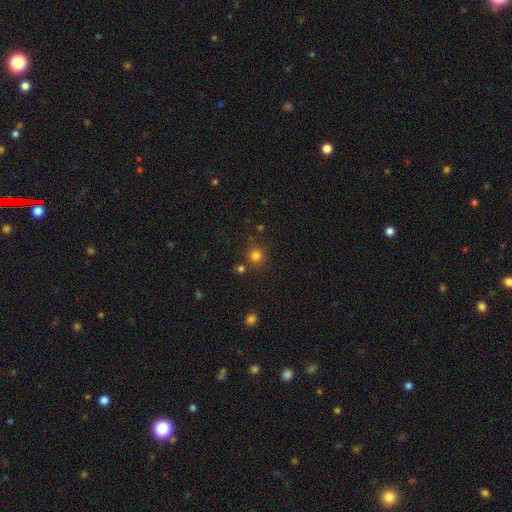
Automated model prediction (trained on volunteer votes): This is likely a smooth galaxy (77%). How rounded: clearly round (89%). Merging: likely none (79%).